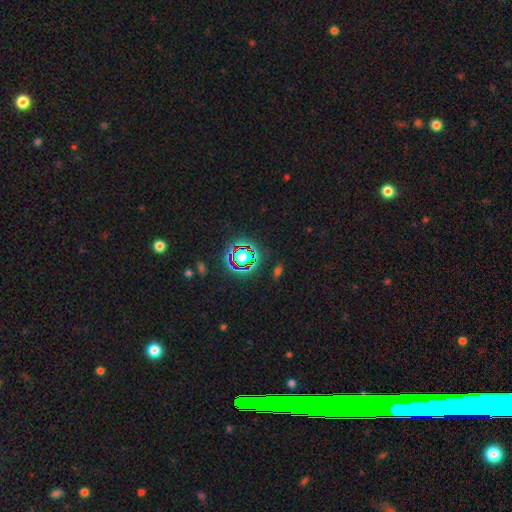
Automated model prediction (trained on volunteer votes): The model was most divided on "smooth or featured": star or artifact: 67%, featured or disk: 18%, smooth: 15%.